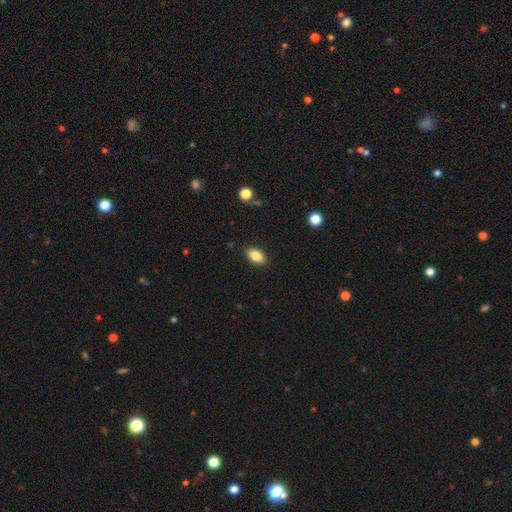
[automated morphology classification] smooth 84%, featured or disk 8%, star or artifact 8%. Down the decision tree: how rounded — in between (90%); merging — none (88%).